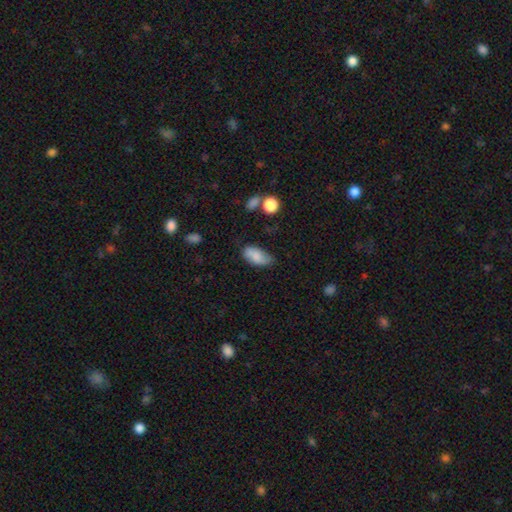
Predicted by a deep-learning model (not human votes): A smooth galaxy with no disk features (81%) that is in between round and cigar-shaped (92%). Merging: none (65%).